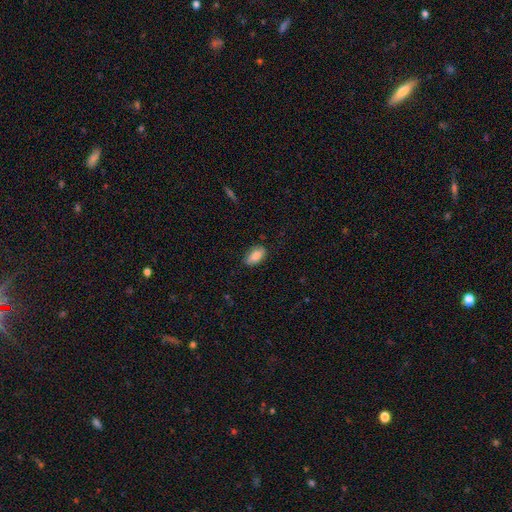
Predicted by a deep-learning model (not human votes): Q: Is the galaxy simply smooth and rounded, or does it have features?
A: smooth — 85%.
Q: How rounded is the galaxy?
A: in between — 92%.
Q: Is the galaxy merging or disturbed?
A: none — 78%.